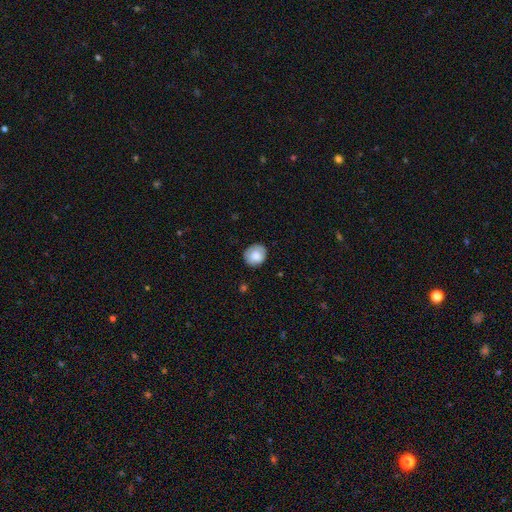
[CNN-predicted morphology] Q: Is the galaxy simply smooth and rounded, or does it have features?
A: smooth — 80%.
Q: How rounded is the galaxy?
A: round — 76%.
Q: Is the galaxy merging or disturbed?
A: none — 75%.